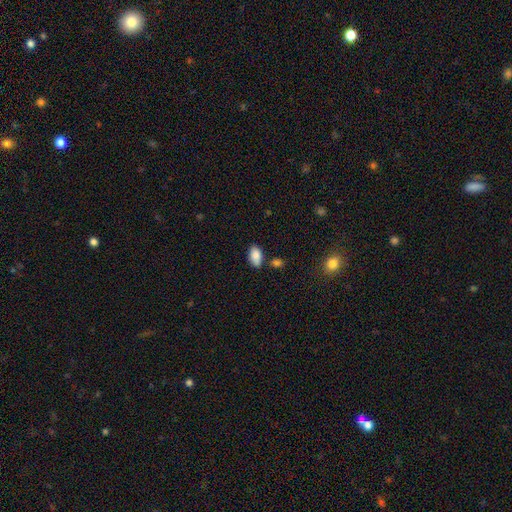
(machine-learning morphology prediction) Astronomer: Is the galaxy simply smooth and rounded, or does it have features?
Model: smooth — 86%.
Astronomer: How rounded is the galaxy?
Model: in between — 93%.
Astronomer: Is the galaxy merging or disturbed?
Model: none — 71%.